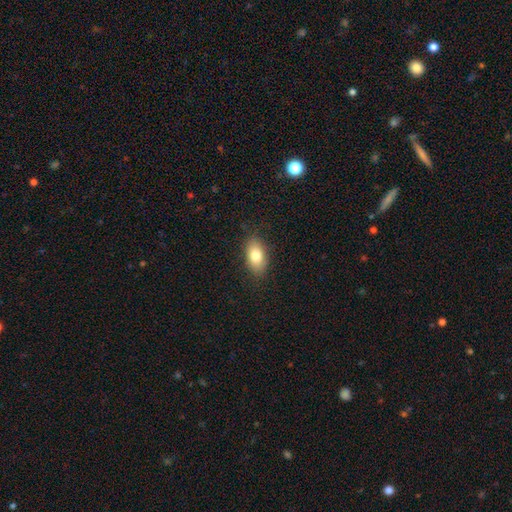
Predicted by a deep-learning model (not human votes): This is clearly a smooth galaxy (81%). How rounded: clearly in between (90%). Merging: clearly none (85%).